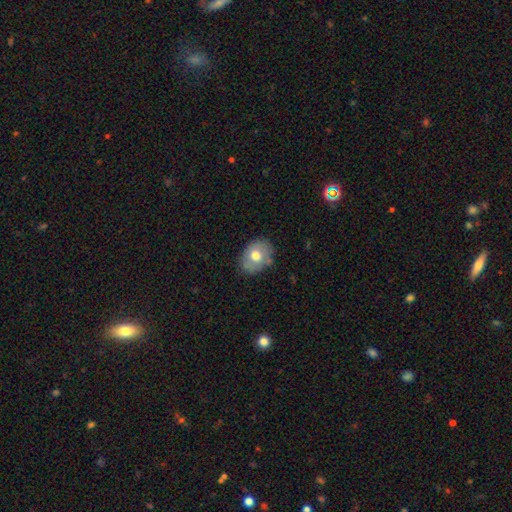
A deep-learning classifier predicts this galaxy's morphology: type=smooth (66%); roundness=in between (58%); merging=none (74%).